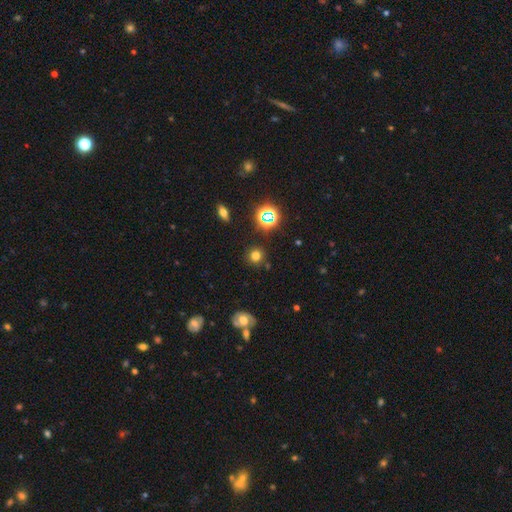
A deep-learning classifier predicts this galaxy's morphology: type=smooth (71%); roundness=round (90%); merging=none (86%).